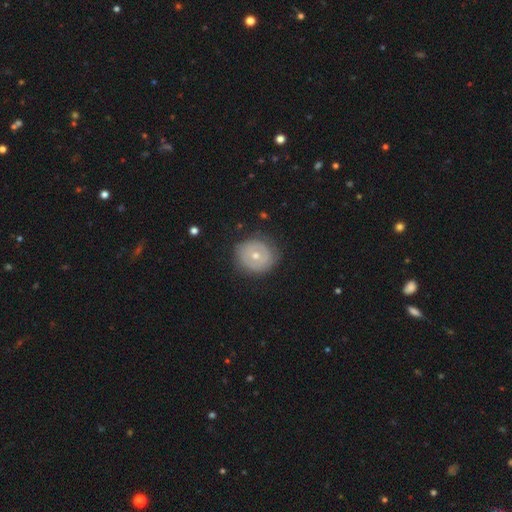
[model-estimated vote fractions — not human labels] smooth-or-featured: featured or disk: 52% | smooth: 42% | star or artifact: 6%
  disk-edge-on: no: 96% | yes: 4%
  merging: none: 80% | minor disturbance: 14% | major disturbance: 5% | merger: 1%